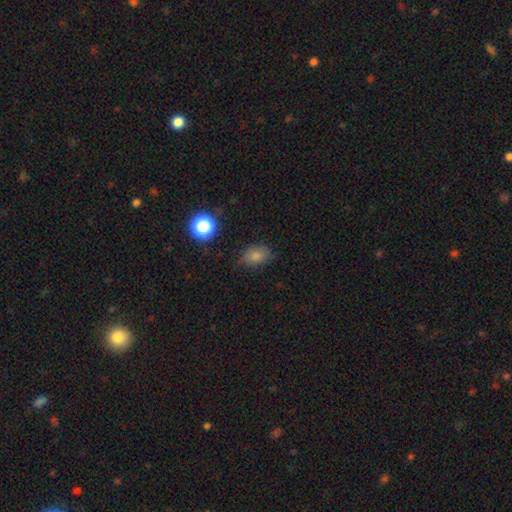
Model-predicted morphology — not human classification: This appears to be a smooth galaxy with no disk features (78%) that is in between round and cigar-shaped (78%). Merging: none (65%).